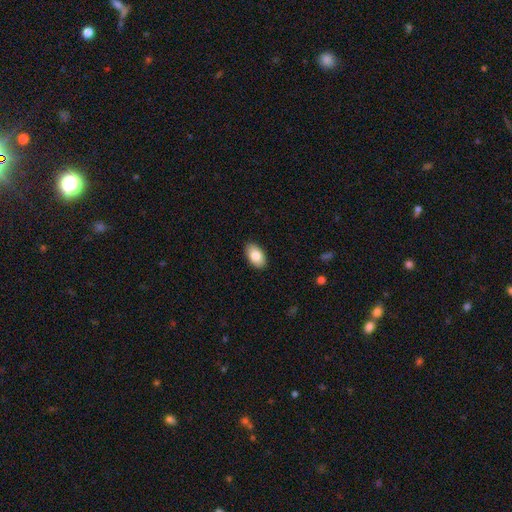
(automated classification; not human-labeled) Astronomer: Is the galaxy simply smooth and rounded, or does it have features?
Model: smooth — 82%.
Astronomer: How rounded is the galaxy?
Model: in between — 94%.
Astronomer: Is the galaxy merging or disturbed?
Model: none — 89%.